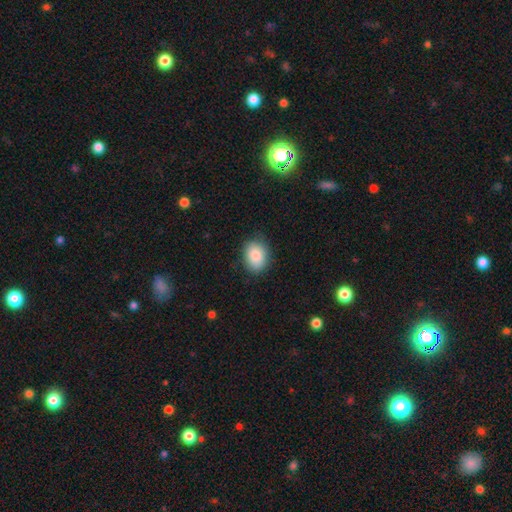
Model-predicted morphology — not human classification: smooth-or-featured: smooth: 86% | star or artifact: 7% | featured or disk: 6%
  how-rounded: in between: 68% | round: 31% | cigar-shaped: 1%
  merging: none: 80% | minor disturbance: 16% | major disturbance: 4% | merger: 1%